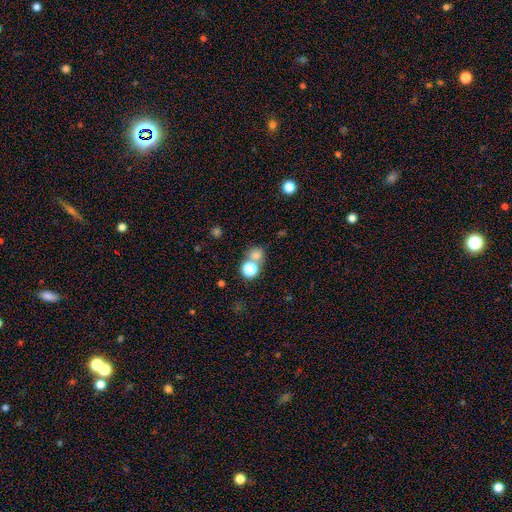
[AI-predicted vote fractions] Smooth or featured?
  - smooth: 71% *
  - star or artifact: 21%
  - featured or disk: 8%
How rounded?
  - round: 78% *
  - in between: 21%
  - cigar-shaped: 1%
Merging?
  - none: 52% *
  - merger: 35%
  - minor disturbance: 8%
  - major disturbance: 4%